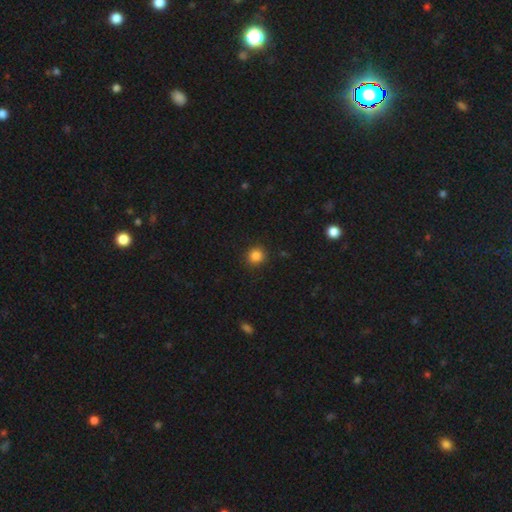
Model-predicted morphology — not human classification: Q: Smooth or featured?
A: smooth (85%); runner-up: star or artifact (11%)
Q: How rounded?
A: round (89%); runner-up: in between (10%)
Q: Merging?
A: none (89%); runner-up: minor disturbance (7%)